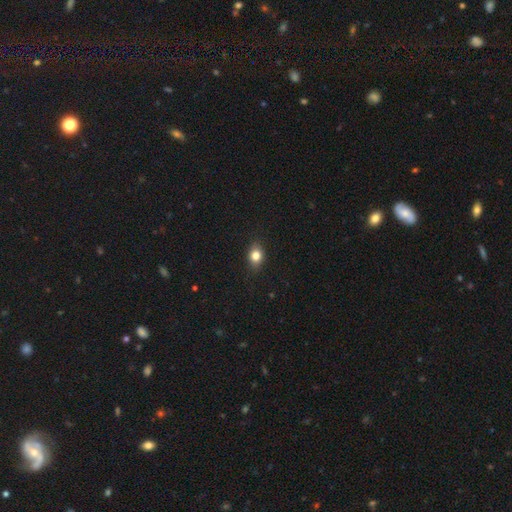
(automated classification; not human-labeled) Q: Smooth or featured?
A: smooth (79%); runner-up: star or artifact (11%)
Q: How rounded?
A: in between (60%); runner-up: round (38%)
Q: Merging?
A: none (86%); runner-up: minor disturbance (11%)